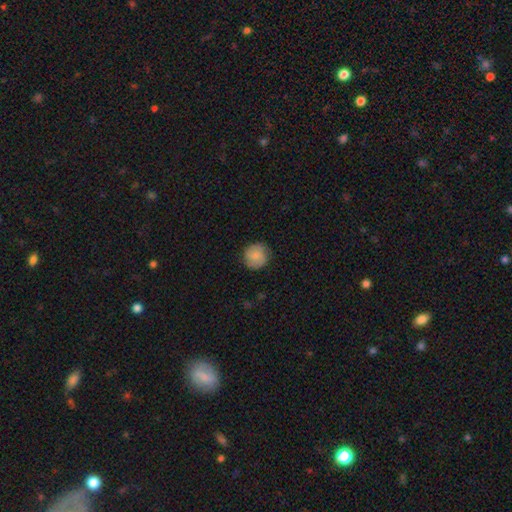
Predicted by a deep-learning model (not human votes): Smooth or featured? Predicted: smooth (p=0.72). How rounded? Predicted: round (p=0.91). Merging? Predicted: none (p=0.84).